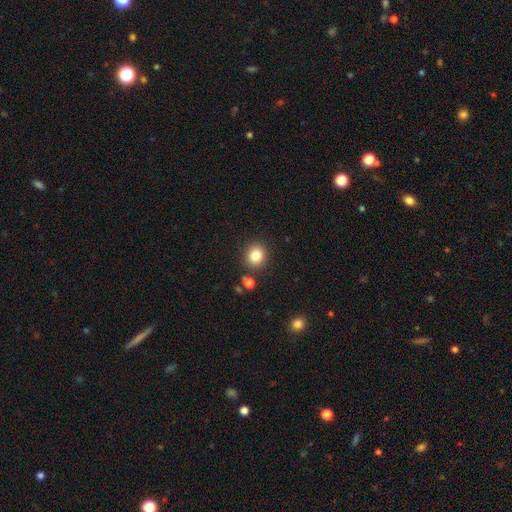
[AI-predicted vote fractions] smooth 83%, star or artifact 11%, featured or disk 6%. Down the decision tree: how rounded — round (79%); merging — none (85%).